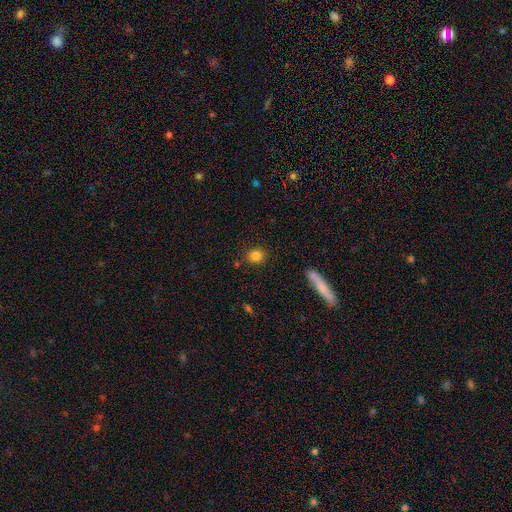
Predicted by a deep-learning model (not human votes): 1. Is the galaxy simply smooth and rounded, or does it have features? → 83% smooth, 11% star or artifact, 6% featured or disk.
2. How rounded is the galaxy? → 73% round, 24% in between, 2% cigar-shaped.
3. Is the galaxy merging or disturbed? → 86% none, 8% minor disturbance, 3% merger, 3% major disturbance.